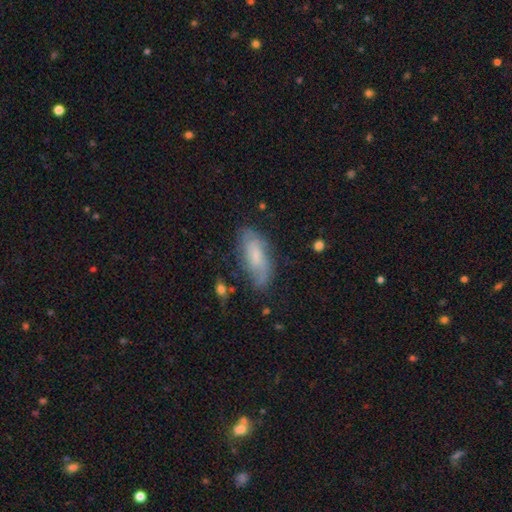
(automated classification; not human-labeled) Q: Smooth or featured?
A: featured or disk (48%); runner-up: smooth (43%)
Q: Merging?
A: none (70%); runner-up: minor disturbance (21%)